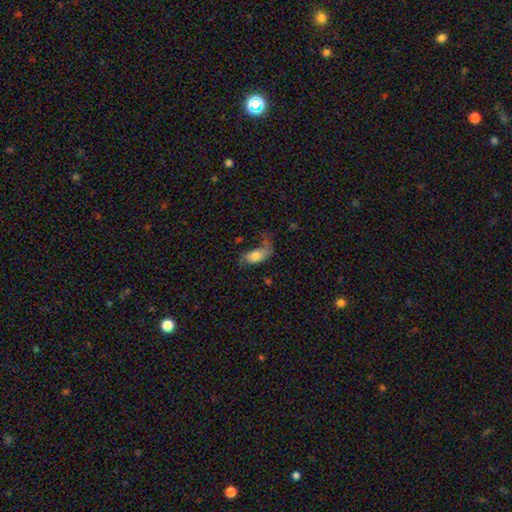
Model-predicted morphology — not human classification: A smooth galaxy with no disk features (66%) that is in between round and cigar-shaped (88%).

Vote fractions:
- Smooth or featured? smooth: 66% / featured or disk: 26% / star or artifact: 8%
- How rounded? in between: 88% / cigar-shaped: 7% / round: 5%
- Merging? major disturbance: 40% / none: 30% / minor disturbance: 24% / merger: 6%